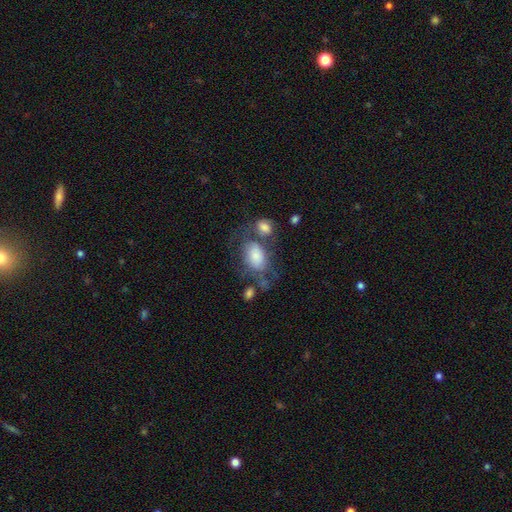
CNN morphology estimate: Smooth or featured? Predicted: smooth (p=0.66). How rounded? Predicted: in between (p=0.83). Merging? Predicted: none (p=0.36).